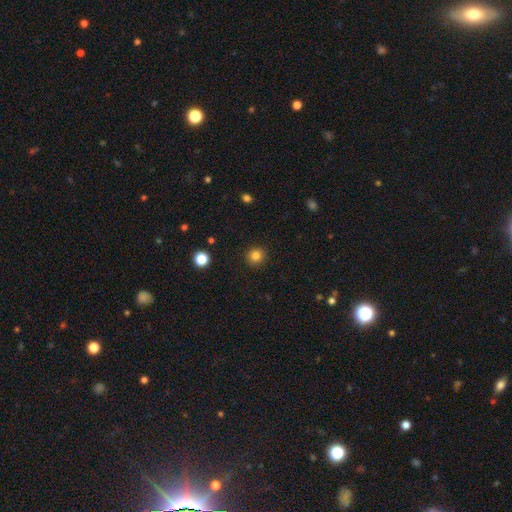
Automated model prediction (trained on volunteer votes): Smooth or featured?
  - smooth: 83% *
  - star or artifact: 13%
  - featured or disk: 5%
How rounded?
  - round: 93% *
  - in between: 6%
  - cigar-shaped: 1%
Merging?
  - none: 92% *
  - minor disturbance: 5%
  - major disturbance: 2%
  - merger: 1%